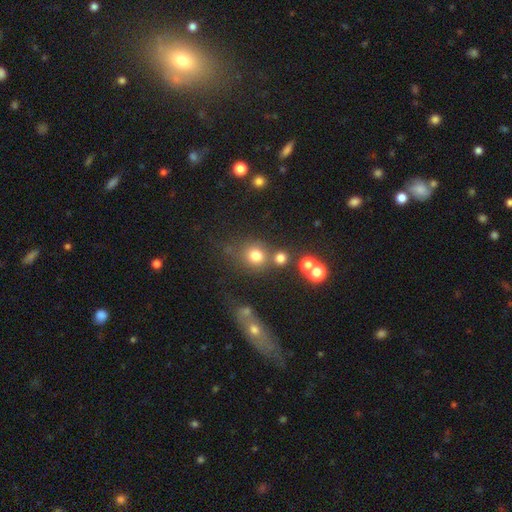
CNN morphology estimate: Smooth or featured?
  - smooth: 76% *
  - star or artifact: 16%
  - featured or disk: 8%
How rounded?
  - round: 85% *
  - in between: 14%
  - cigar-shaped: 1%
Merging?
  - none: 63% *
  - merger: 19%
  - minor disturbance: 11%
  - major disturbance: 7%